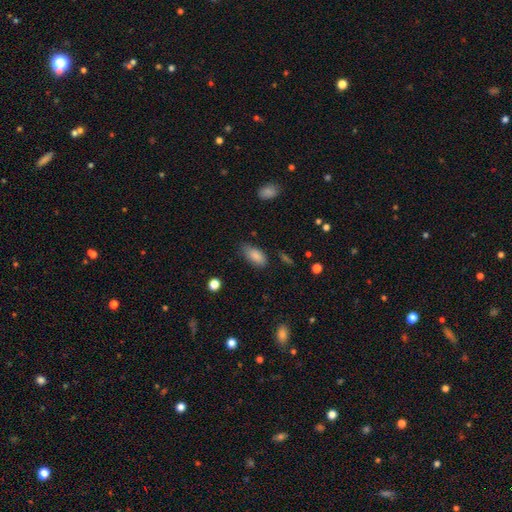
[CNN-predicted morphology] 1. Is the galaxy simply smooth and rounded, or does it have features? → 86% smooth, 8% star or artifact, 6% featured or disk.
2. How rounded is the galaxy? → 91% in between, 6% cigar-shaped, 3% round.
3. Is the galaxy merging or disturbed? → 69% none, 24% minor disturbance, 5% major disturbance, 2% merger.